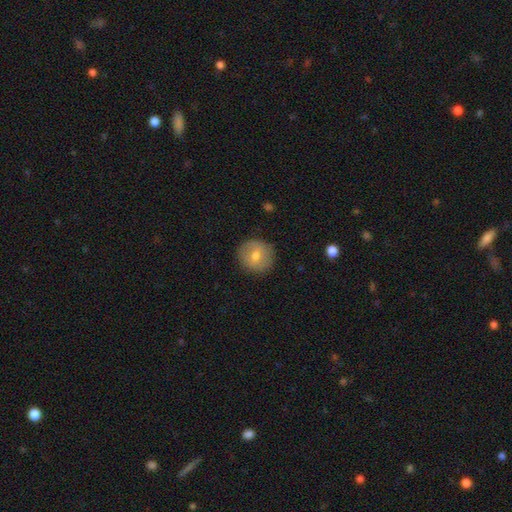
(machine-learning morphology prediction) Smooth or featured?
  - smooth: 62% *
  - featured or disk: 29%
  - star or artifact: 9%
How rounded?
  - round: 89% *
  - in between: 9%
  - cigar-shaped: 1%
Merging?
  - none: 87% *
  - minor disturbance: 9%
  - major disturbance: 2%
  - merger: 1%